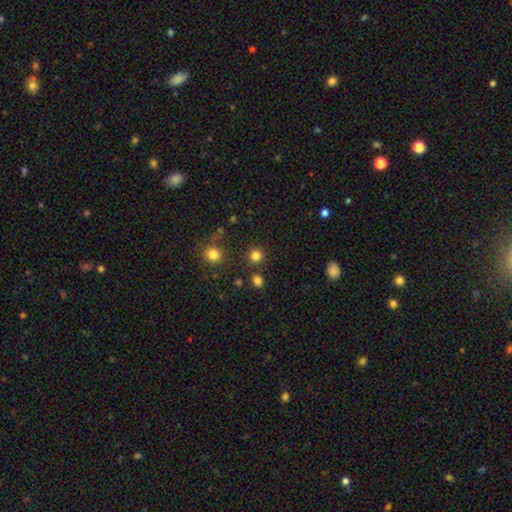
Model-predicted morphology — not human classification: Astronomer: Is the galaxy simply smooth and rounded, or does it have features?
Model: smooth — 81%.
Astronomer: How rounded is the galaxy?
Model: round — 92%.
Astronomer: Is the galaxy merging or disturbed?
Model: none — 85%.